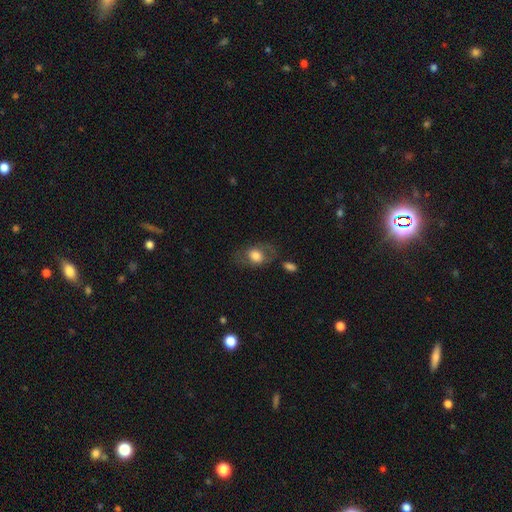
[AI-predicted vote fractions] Smooth or featured? smooth (66%)
How rounded? in between (73%)
Merging? none (64%)